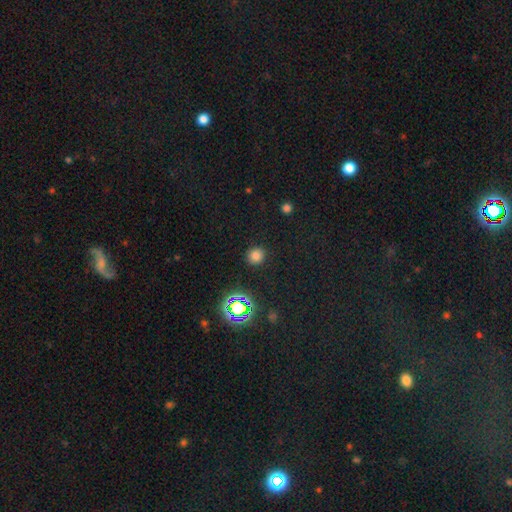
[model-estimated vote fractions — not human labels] A smooth galaxy with no disk features (75%) that is round (88%). Merging: none (89%).